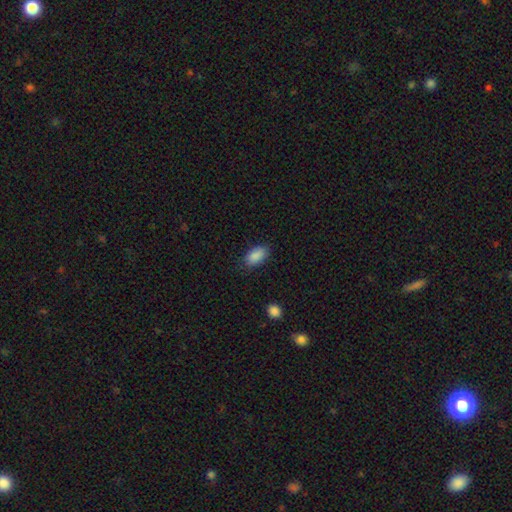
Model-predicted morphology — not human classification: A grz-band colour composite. It shows a smooth galaxy with no disk features (89%) that is in between round and cigar-shaped (93%). Merging: none (82%).